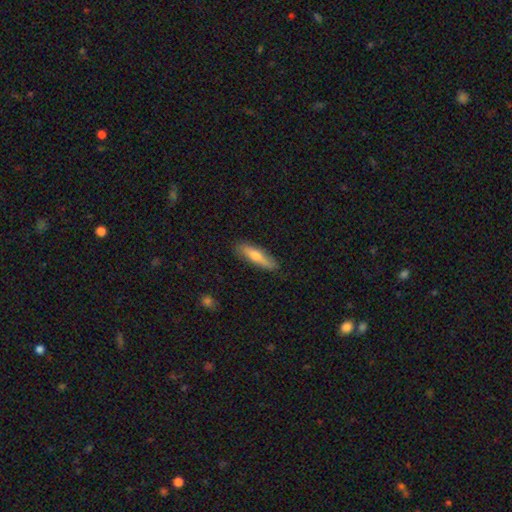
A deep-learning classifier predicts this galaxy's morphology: Smooth or featured? Predicted: smooth (p=0.56). How rounded? Predicted: cigar-shaped (p=0.77). Merging? Predicted: none (p=0.86).